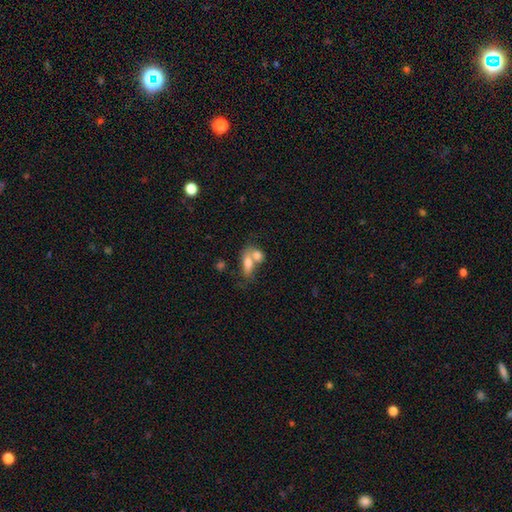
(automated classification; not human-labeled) This appears to be a smooth galaxy with no disk features (68%) that is in between round and cigar-shaped (75%). Merging: merger (64%).